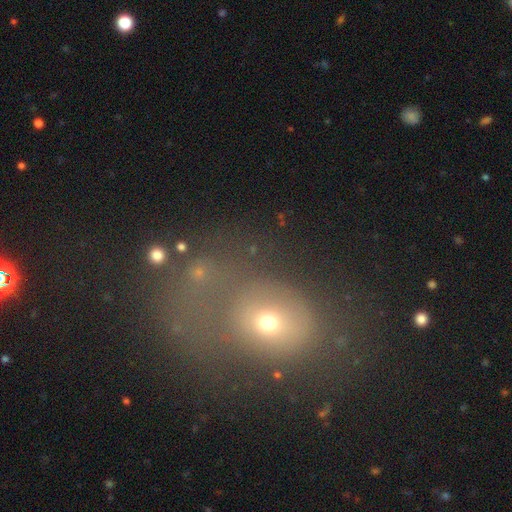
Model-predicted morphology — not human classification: type=smooth (54%); roundness=in between (52%); merging=none (37%).